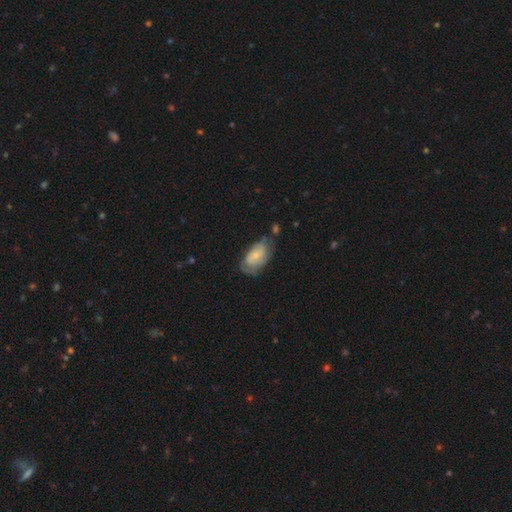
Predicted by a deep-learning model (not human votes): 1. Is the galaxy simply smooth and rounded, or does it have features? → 49% smooth, 44% featured or disk, 7% star or artifact.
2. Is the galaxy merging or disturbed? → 49% none, 33% minor disturbance, 13% major disturbance, 5% merger.